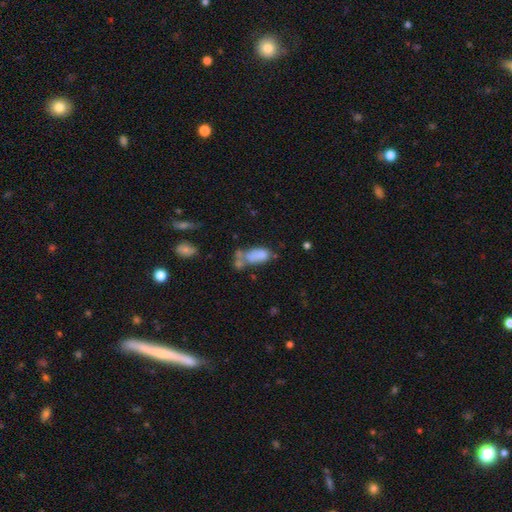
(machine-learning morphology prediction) A smooth galaxy with no disk features (73%) that is in between round and cigar-shaped (89%).

Vote fractions:
- Smooth or featured? smooth: 73% / featured or disk: 17% / star or artifact: 10%
- How rounded? in between: 89% / cigar-shaped: 6% / round: 5%
- Merging? merger: 40% / none: 25% / major disturbance: 18% / minor disturbance: 17%